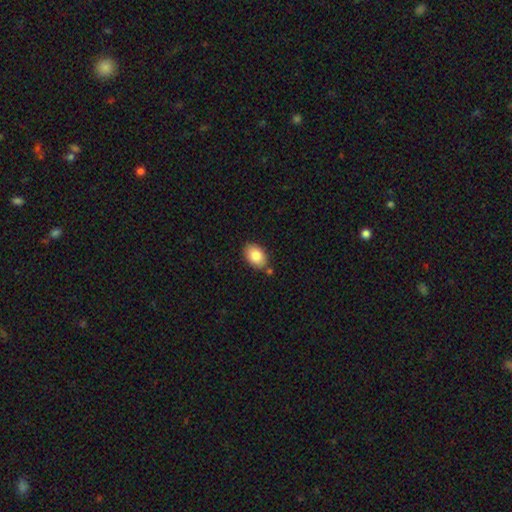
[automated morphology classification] This appears to be a smooth galaxy with no disk features (84%) that is in between round and cigar-shaped (87%). Merging: none (79%).